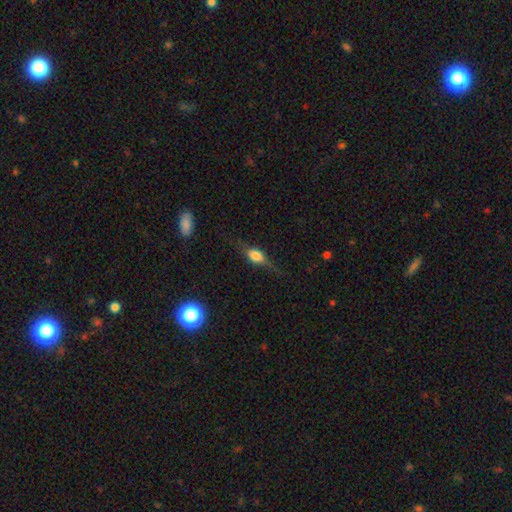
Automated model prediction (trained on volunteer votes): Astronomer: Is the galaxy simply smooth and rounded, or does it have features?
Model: featured or disk — 48% (runner-up: smooth, 42%).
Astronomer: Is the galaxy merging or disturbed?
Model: none — 68%.